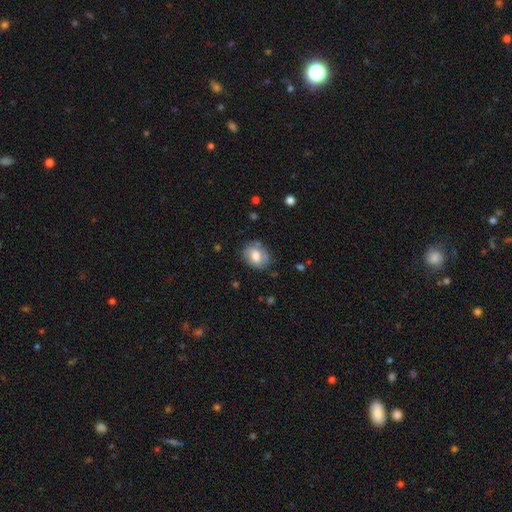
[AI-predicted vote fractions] Smooth or featured: smooth — 53% (featured or disk — 39%)
How rounded: in between — 59% (round — 40%)
Merging: none — 70% (minor disturbance — 21%)